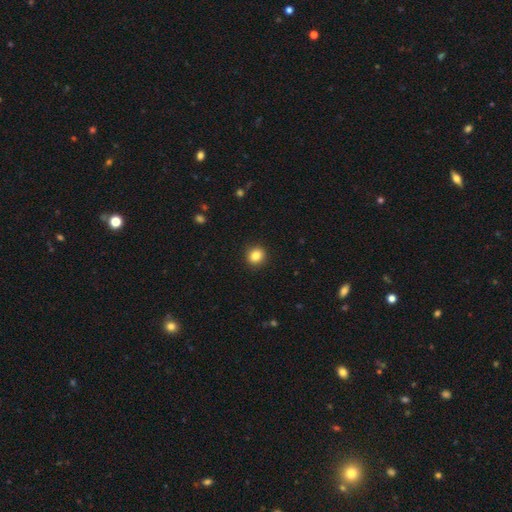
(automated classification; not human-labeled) A smooth galaxy with no disk features (85%) that is round (82%).

Vote fractions:
- Smooth or featured? smooth: 85% / star or artifact: 10% / featured or disk: 5%
- How rounded? round: 82% / in between: 18% / cigar-shaped: 1%
- Merging? none: 91% / minor disturbance: 6% / major disturbance: 2% / merger: 1%